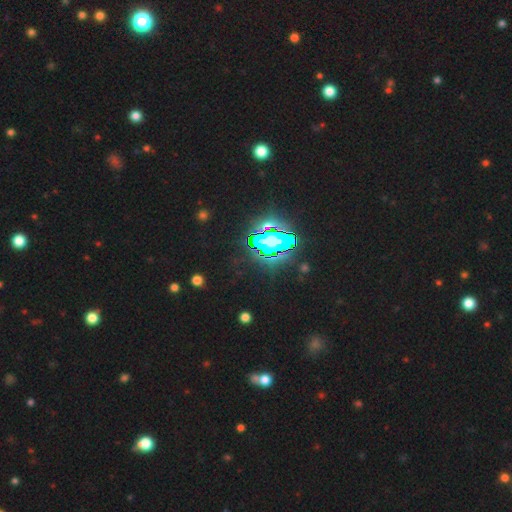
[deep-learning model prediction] Morphology: type=star or artifact (83%).